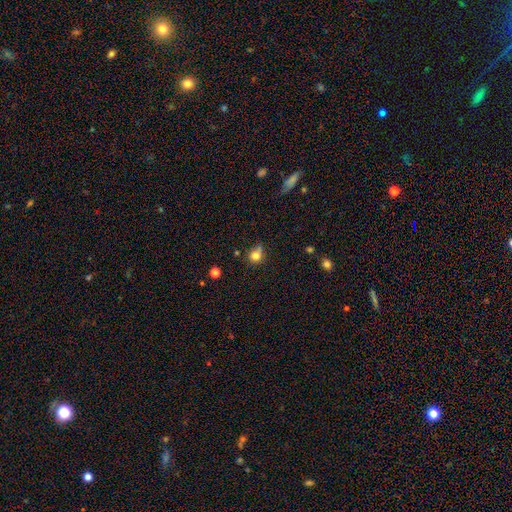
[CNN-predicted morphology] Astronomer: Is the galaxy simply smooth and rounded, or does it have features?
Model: smooth — 78%.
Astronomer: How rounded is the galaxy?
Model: round — 79%.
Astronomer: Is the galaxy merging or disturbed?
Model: none — 48% (runner-up: minor disturbance, 32%).